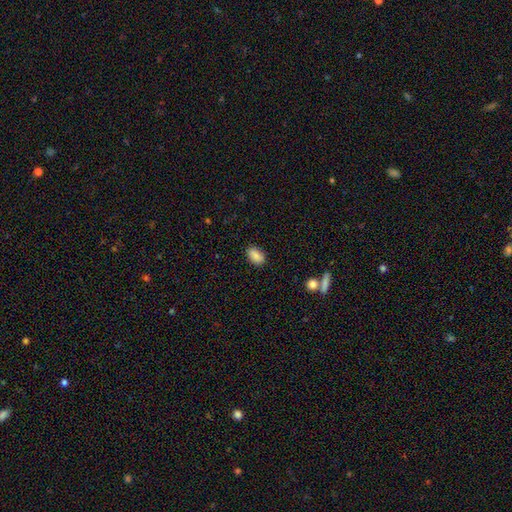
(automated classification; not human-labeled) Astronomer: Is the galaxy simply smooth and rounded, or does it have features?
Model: smooth — 85%.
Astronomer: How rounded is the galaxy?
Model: in between — 89%.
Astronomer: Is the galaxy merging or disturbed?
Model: none — 84%.